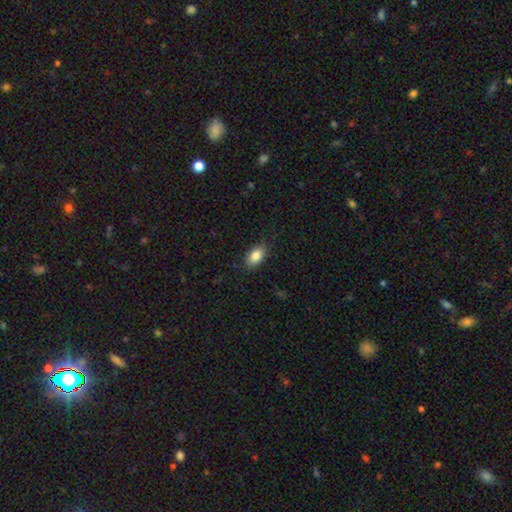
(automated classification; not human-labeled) A smooth galaxy with no disk features (86%) that is in between round and cigar-shaped (91%).

Vote fractions:
- Smooth or featured? smooth: 86% / star or artifact: 8% / featured or disk: 7%
- How rounded? in between: 91% / round: 6% / cigar-shaped: 3%
- Merging? none: 86% / minor disturbance: 11% / major disturbance: 3% / merger: 1%